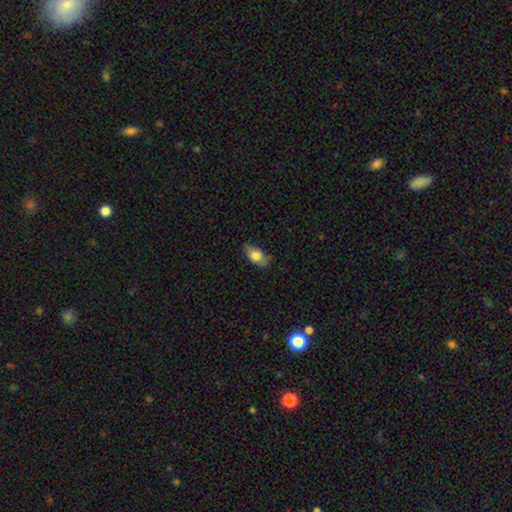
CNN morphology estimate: smooth 77%, featured or disk 17%, star or artifact 7%. Down the decision tree: how rounded — in between (89%); merging — none (72%).